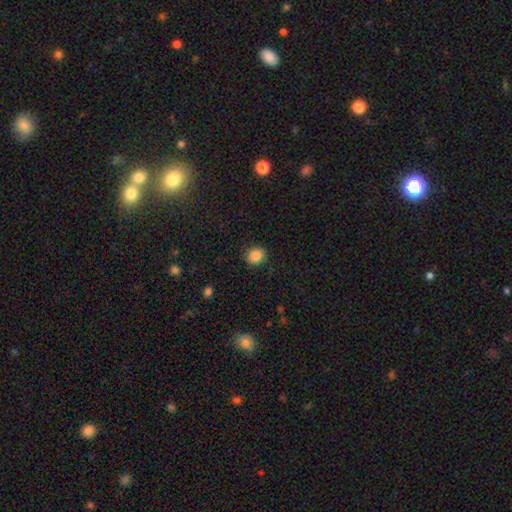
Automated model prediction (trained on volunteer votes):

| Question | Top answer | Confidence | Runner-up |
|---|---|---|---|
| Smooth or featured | smooth | 86% | star or artifact (10%) |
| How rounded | round | 78% | in between (21%) |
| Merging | none | 89% | minor disturbance (8%) |